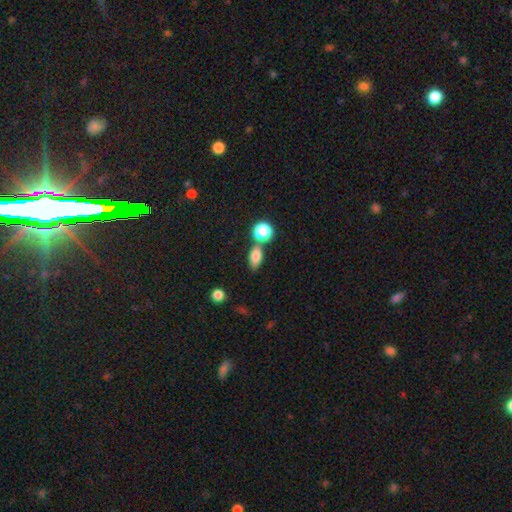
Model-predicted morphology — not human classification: type=smooth (81%); roundness=in between (79%); merging=none (59%).